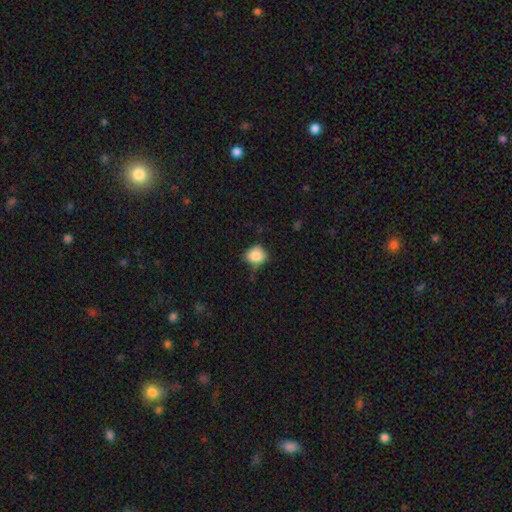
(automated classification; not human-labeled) Overall: smooth (84%). How rounded: round (66%; in between 33%). Merging: none (65%; minor disturbance 27%).